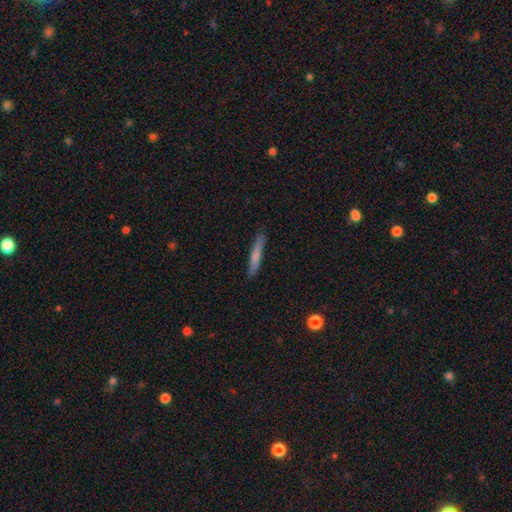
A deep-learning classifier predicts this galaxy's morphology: type=smooth (69%); roundness=cigar-shaped (94%); merging=none (86%).